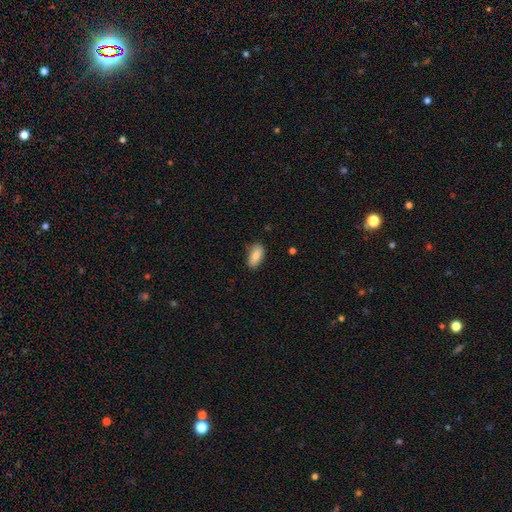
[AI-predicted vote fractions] smooth 83%, featured or disk 10%, star or artifact 7%. Down the decision tree: how rounded — in between (89%); merging — none (80%).